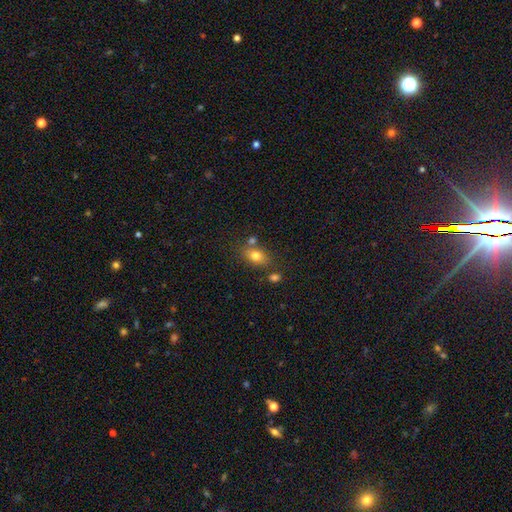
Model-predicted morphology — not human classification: The model was most divided on "merging": none: 67%, merger: 15%, minor disturbance: 14%, major disturbance: 4%. More confident: smooth or featured — smooth (78%); how rounded — in between (77%).